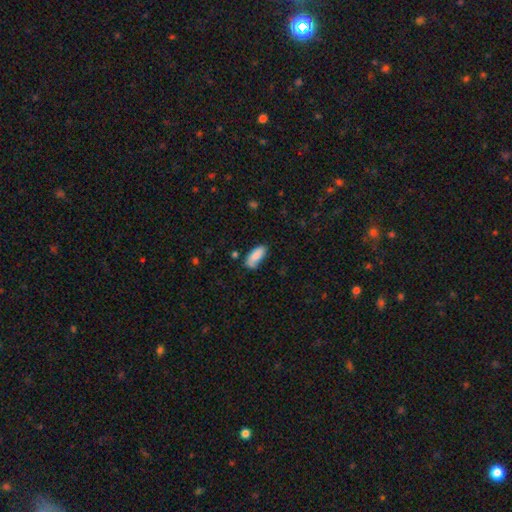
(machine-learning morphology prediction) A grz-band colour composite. It shows a smooth galaxy with no disk features (83%) that is in between round and cigar-shaped (84%). Merging: none (67%).